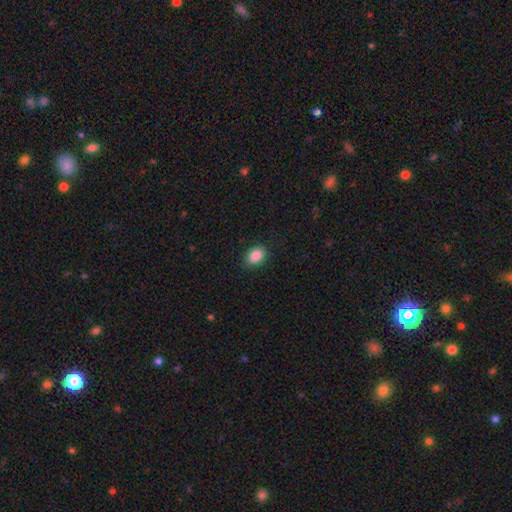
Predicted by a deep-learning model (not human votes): Q: Smooth or featured?
A: smooth (88%); runner-up: star or artifact (8%)
Q: How rounded?
A: in between (80%); runner-up: round (19%)
Q: Merging?
A: none (86%); runner-up: minor disturbance (10%)